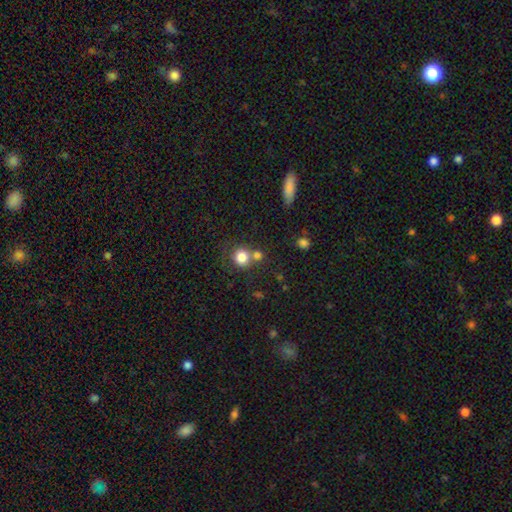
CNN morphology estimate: smooth 75%, star or artifact 16%, featured or disk 9%. Down the decision tree: how rounded — round (86%); merging — none (59%).